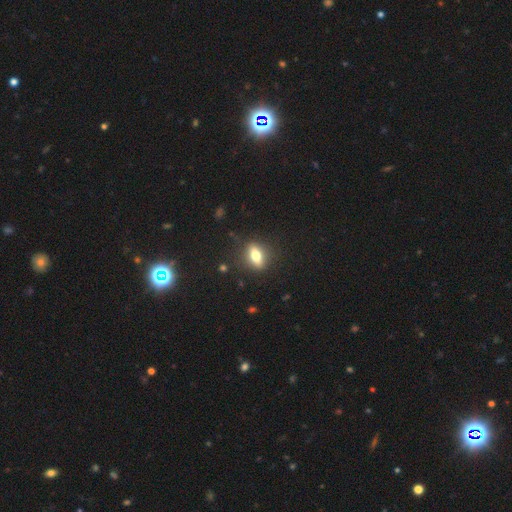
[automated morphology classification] smooth_or_featured: smooth (p=0.61) [alt: featured or disk p=0.29]
how_rounded: in between (p=0.68) [alt: cigar-shaped p=0.19]
merging: none (p=0.83) [alt: minor disturbance p=0.11]